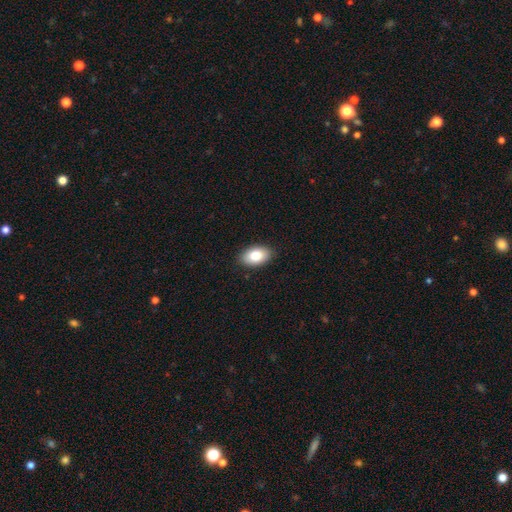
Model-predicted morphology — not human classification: Smooth or featured? smooth (82%)
How rounded? in between (91%)
Merging? none (89%)